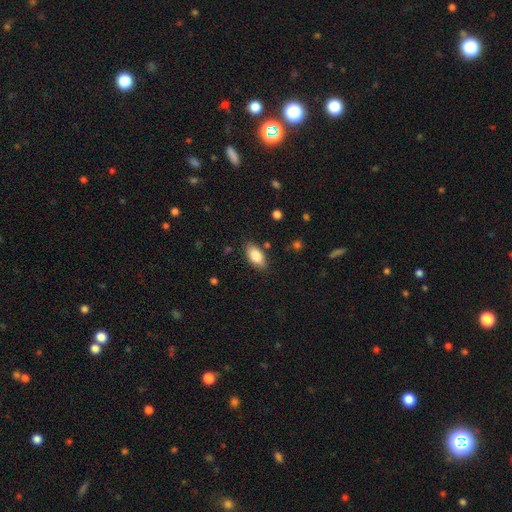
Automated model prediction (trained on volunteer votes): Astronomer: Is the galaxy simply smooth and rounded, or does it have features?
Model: smooth — 85%.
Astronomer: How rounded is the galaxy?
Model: in between — 91%.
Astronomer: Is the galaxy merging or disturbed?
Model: none — 83%.